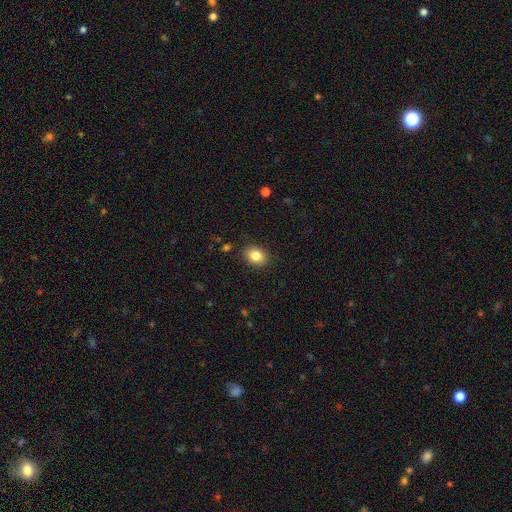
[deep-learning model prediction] Smooth or featured: smooth — 85% (star or artifact — 9%)
How rounded: in between — 54% (round — 45%)
Merging: none — 88% (minor disturbance — 9%)